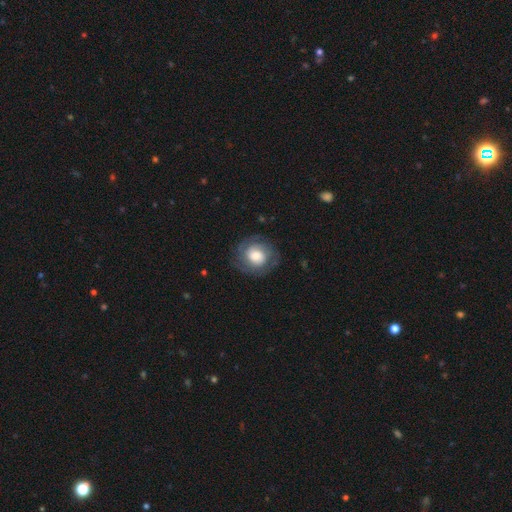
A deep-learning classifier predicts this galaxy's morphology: type=featured or disk (47%); merging=none (76%).